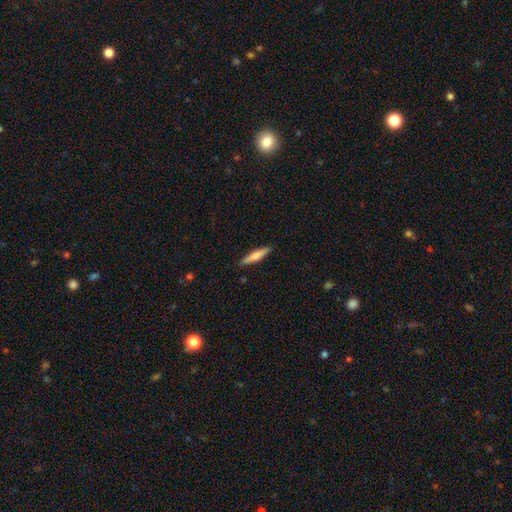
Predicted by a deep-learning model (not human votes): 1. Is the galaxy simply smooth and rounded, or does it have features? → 64% smooth, 31% featured or disk, 5% star or artifact.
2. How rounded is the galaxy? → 87% cigar-shaped, 12% in between, 1% round.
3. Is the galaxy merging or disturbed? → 89% none, 8% minor disturbance, 2% major disturbance, 1% merger.